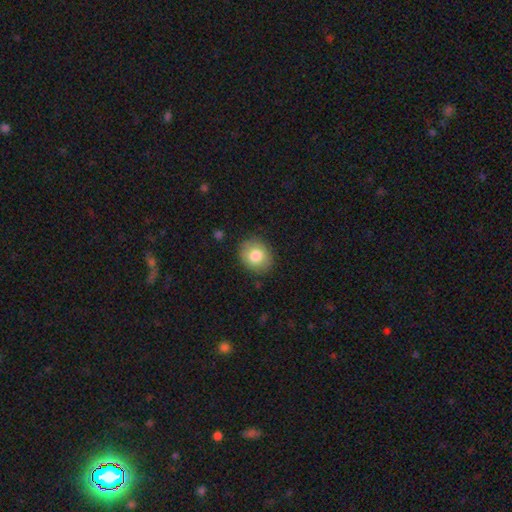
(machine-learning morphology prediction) The model was most divided on "how rounded": round: 67%, in between: 32%, cigar-shaped: 1%. More confident: merging — none (86%); smooth or featured — smooth (80%).